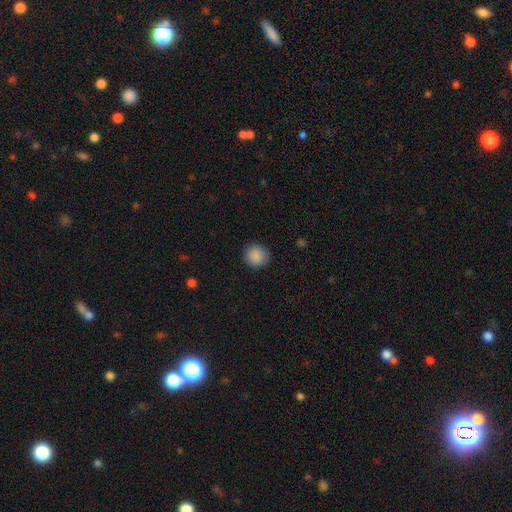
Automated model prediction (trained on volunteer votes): Morphology: type=smooth (89%); roundness=round (93%); merging=none (89%).